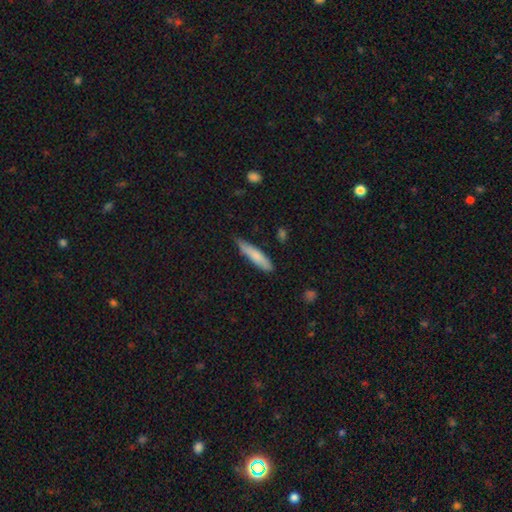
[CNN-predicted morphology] Smooth or featured? smooth (77%)
How rounded? cigar-shaped (83%)
Merging? none (68%)